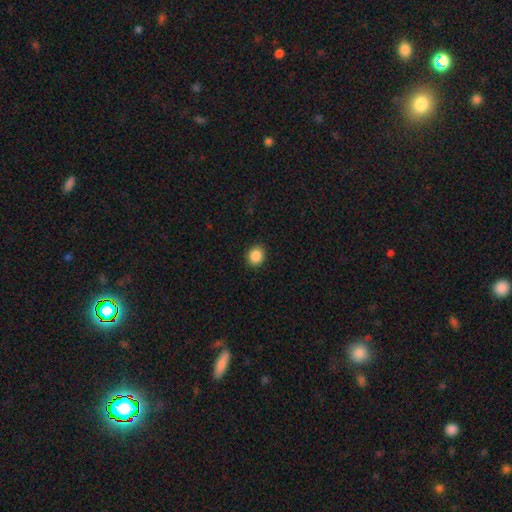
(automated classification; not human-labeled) Q: Smooth or featured?
A: smooth (87%); runner-up: star or artifact (9%)
Q: How rounded?
A: round (79%); runner-up: in between (20%)
Q: Merging?
A: none (91%); runner-up: minor disturbance (6%)